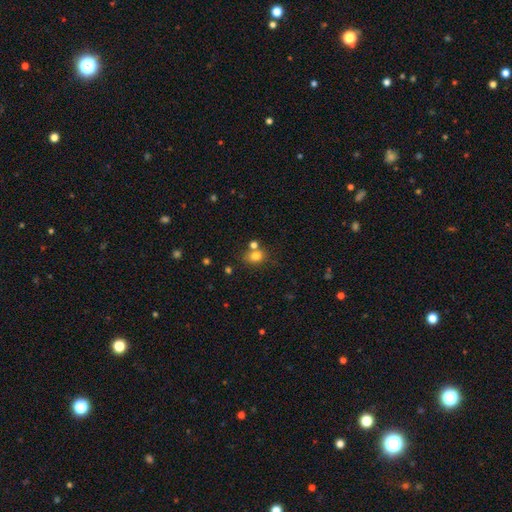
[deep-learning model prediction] The model was most divided on "how rounded": in between: 51%, round: 48%, cigar-shaped: 1%. More confident: smooth or featured — smooth (78%); merging — none (61%).